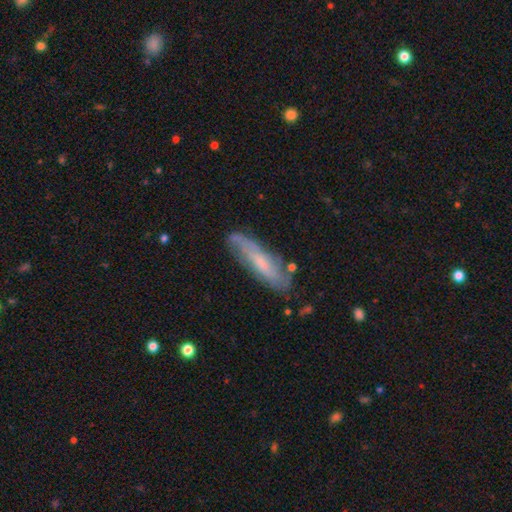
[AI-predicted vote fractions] Morphology: type=featured or disk (49%); merging=none (80%).